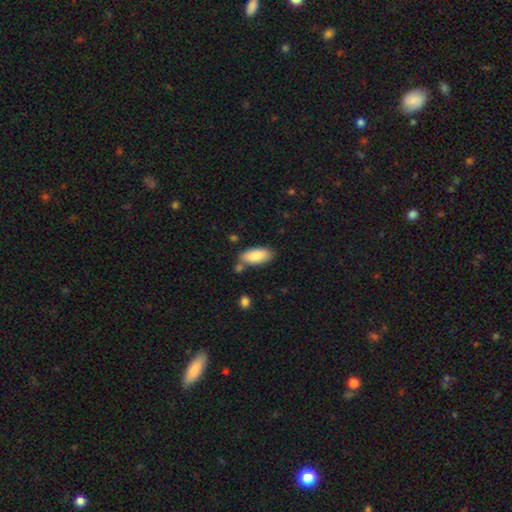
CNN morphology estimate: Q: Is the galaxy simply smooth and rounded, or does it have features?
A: smooth — 86%.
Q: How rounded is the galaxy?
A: in between — 89%.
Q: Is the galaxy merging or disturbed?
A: none — 69%.